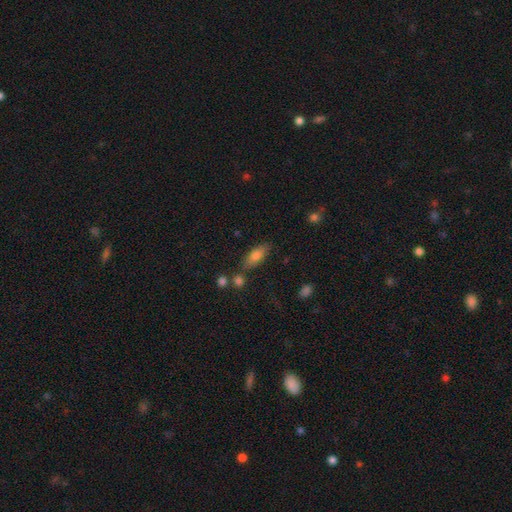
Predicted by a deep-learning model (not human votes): Smooth or featured? smooth (77%)
How rounded? in between (75%)
Merging? none (73%)